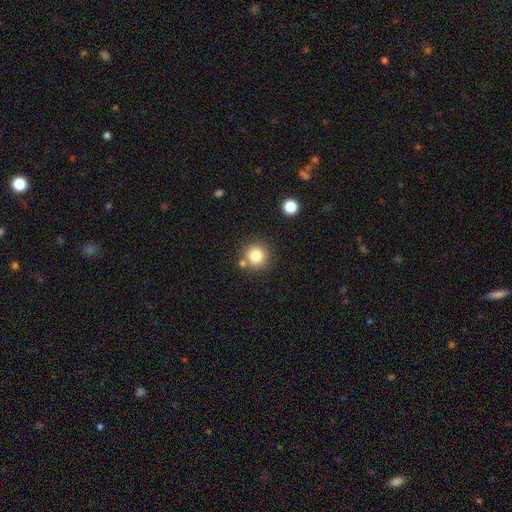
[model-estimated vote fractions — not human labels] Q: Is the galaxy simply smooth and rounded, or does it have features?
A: smooth — 82%.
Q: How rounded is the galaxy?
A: round — 94%.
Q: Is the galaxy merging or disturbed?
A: none — 79%.